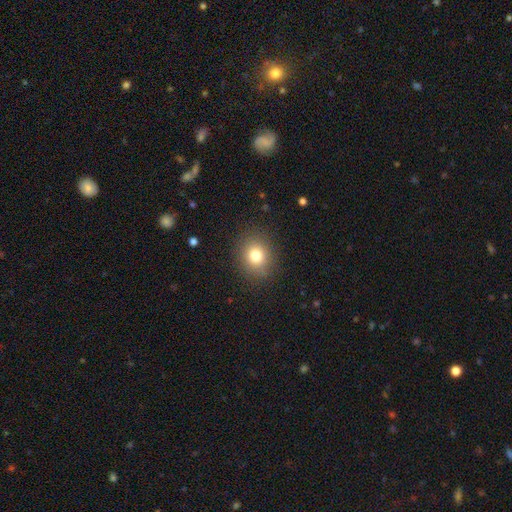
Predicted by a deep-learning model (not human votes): Smooth or featured?
  - smooth: 78% *
  - star or artifact: 13%
  - featured or disk: 9%
How rounded?
  - round: 74% *
  - in between: 25%
  - cigar-shaped: 1%
Merging?
  - none: 88% *
  - minor disturbance: 8%
  - major disturbance: 3%
  - merger: 1%